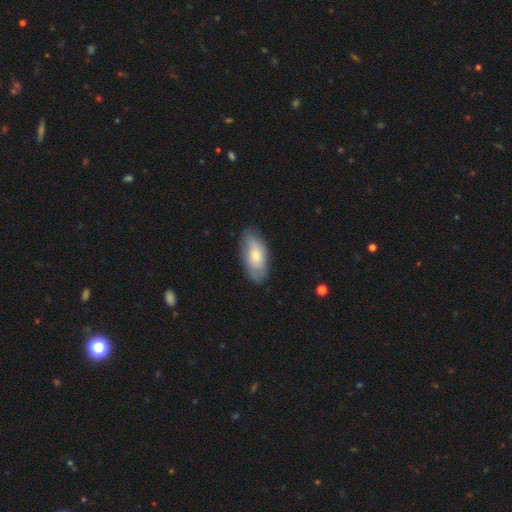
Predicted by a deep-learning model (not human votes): A smooth galaxy with no disk features (72%) that is in between round and cigar-shaped (89%). Merging: none (77%).